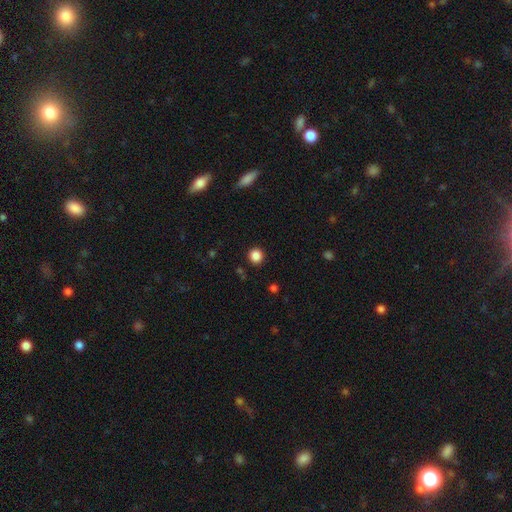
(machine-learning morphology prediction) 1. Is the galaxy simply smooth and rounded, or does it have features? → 86% smooth, 11% star or artifact, 3% featured or disk.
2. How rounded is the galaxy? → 93% round, 6% in between, 1% cigar-shaped.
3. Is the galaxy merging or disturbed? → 92% none, 5% minor disturbance, 2% major disturbance, 1% merger.